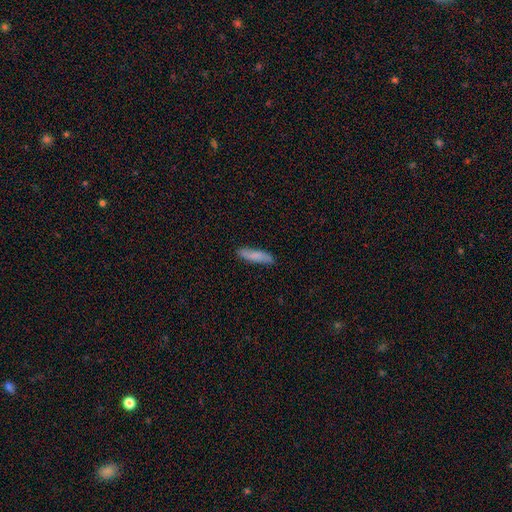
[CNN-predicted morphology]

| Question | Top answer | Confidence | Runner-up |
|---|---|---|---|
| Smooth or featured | smooth | 79% | featured or disk (16%) |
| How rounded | cigar-shaped | 75% | in between (23%) |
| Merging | none | 83% | minor disturbance (13%) |